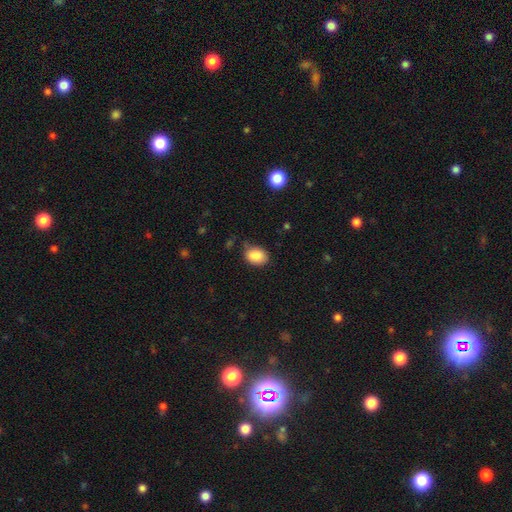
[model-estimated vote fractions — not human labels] This is clearly a smooth galaxy (87%). How rounded: likely in between (66%). Merging: likely none (71%).